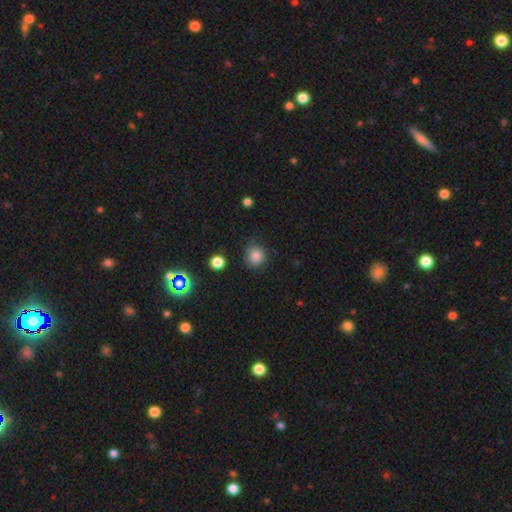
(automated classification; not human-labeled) This is clearly a smooth galaxy (83%). How rounded: clearly round (88%). Merging: likely none (77%).